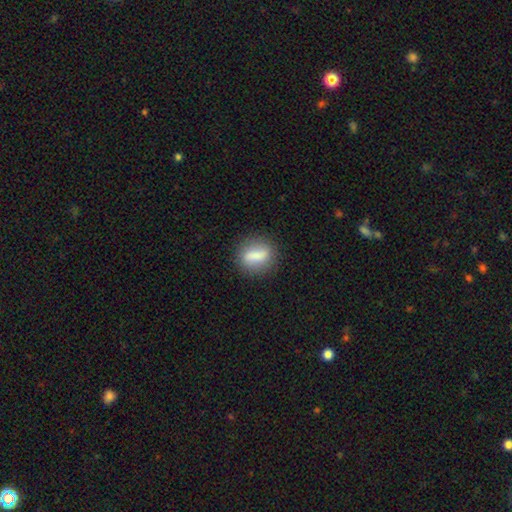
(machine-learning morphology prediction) Smooth or featured? smooth (71%)
How rounded? in between (48%)
Merging? none (81%)